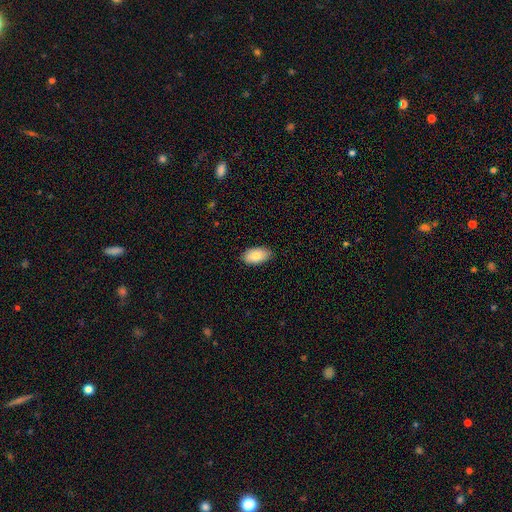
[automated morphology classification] type=smooth (85%); roundness=in between (95%); merging=none (85%).